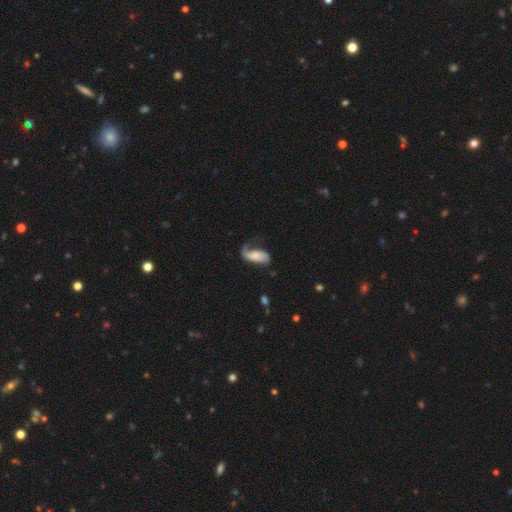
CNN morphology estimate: smooth_or_featured: featured or disk (p=0.60) [alt: smooth p=0.33]
disk_edge_on: no (p=0.94) [alt: yes p=0.06]
bar: no (p=0.58) [alt: weak p=0.28]
has_spiral_arms: yes (p=0.89) [alt: no p=0.11]
bulge_size: small (p=0.42) [alt: moderate p=0.34]
merging: none (p=0.42) [alt: major disturbance p=0.30]